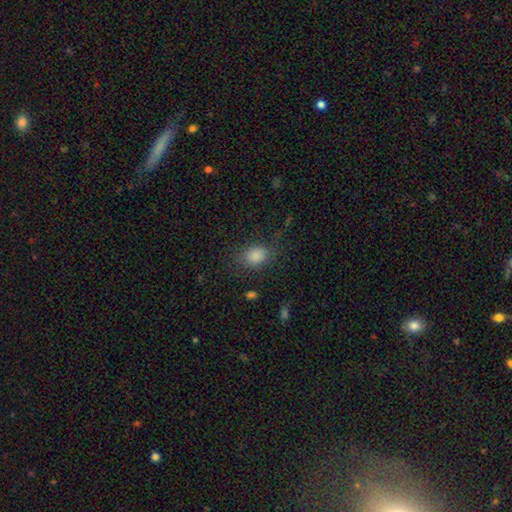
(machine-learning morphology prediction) Smooth or featured: smooth — 84% (star or artifact — 11%)
How rounded: in between — 69% (round — 30%)
Merging: none — 72% (minor disturbance — 17%)